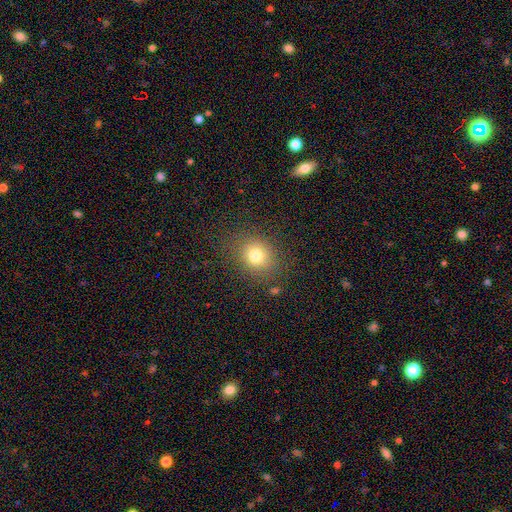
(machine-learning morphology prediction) Smooth or featured? Predicted: smooth (p=0.77). How rounded? Predicted: round (p=0.66). Merging? Predicted: none (p=0.82).